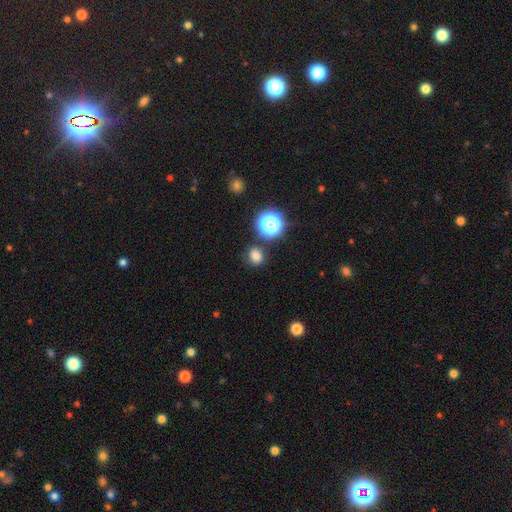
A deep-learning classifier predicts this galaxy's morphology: The model was most divided on "how rounded": round: 66%, in between: 33%, cigar-shaped: 1%. More confident: merging — none (80%); smooth or featured — smooth (74%).